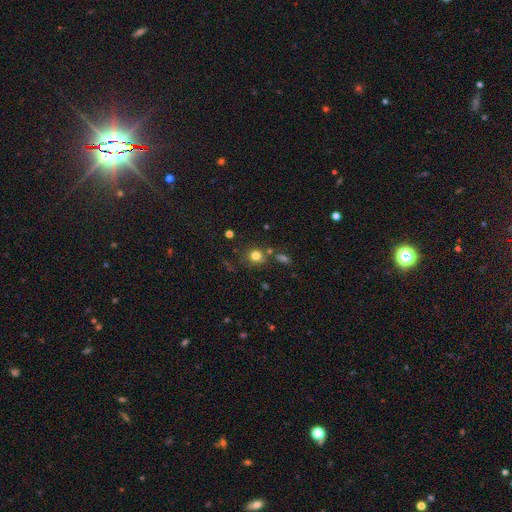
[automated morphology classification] type=smooth (77%); roundness=round (82%); merging=none (71%).